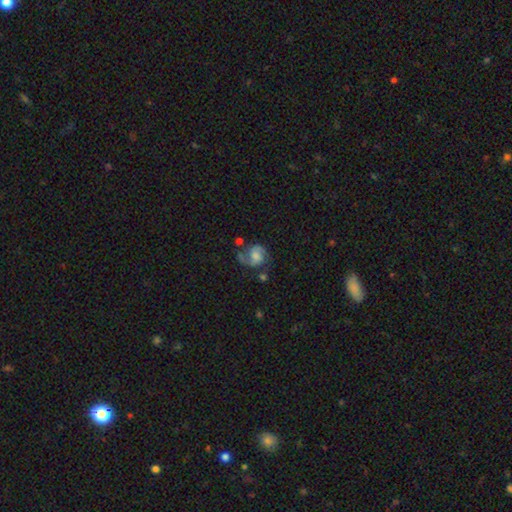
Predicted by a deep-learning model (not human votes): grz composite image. It shows a featured or disk galaxy (80%) with no bar (52%), 2 (89%) medium (54%) spiral arms (96%) and a moderate central bulge (37%). Merging: none (59%).